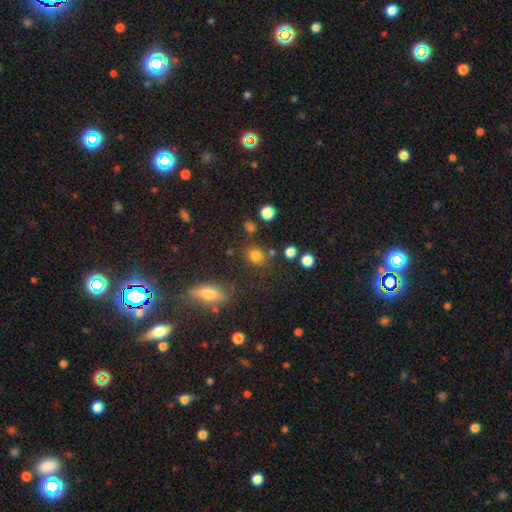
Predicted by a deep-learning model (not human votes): Q: Smooth or featured?
A: smooth (79%); runner-up: star or artifact (15%)
Q: How rounded?
A: round (62%); runner-up: in between (37%)
Q: Merging?
A: none (74%); runner-up: minor disturbance (12%)